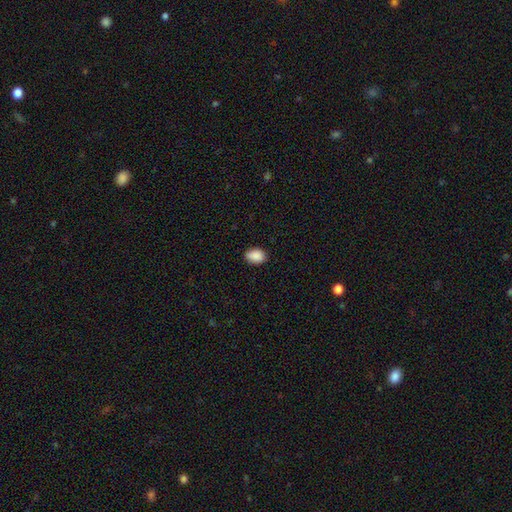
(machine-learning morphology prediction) Q: Smooth or featured?
A: smooth (90%); runner-up: star or artifact (7%)
Q: How rounded?
A: in between (83%); runner-up: round (16%)
Q: Merging?
A: none (85%); runner-up: minor disturbance (12%)